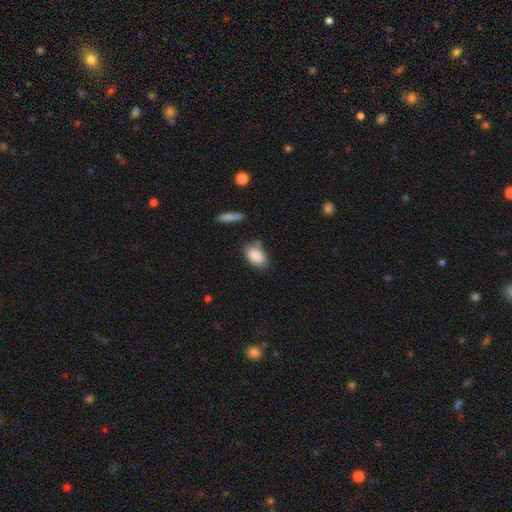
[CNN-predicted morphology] Smooth or featured? Predicted: smooth (p=0.87). How rounded? Predicted: in between (p=0.89). Merging? Predicted: none (p=0.70).